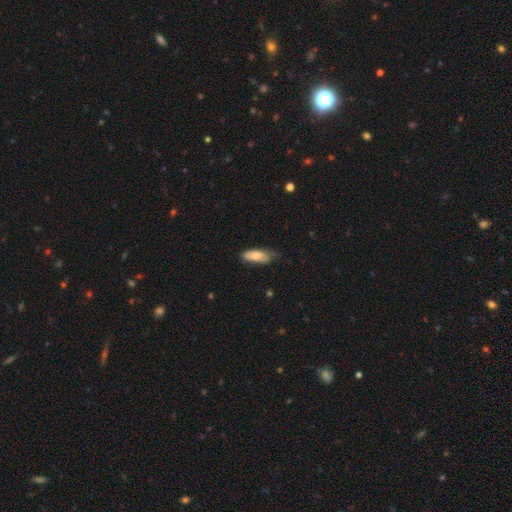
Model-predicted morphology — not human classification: Smooth or featured? Predicted: smooth (p=0.75). How rounded? Predicted: in between (p=0.73). Merging? Predicted: none (p=0.52).